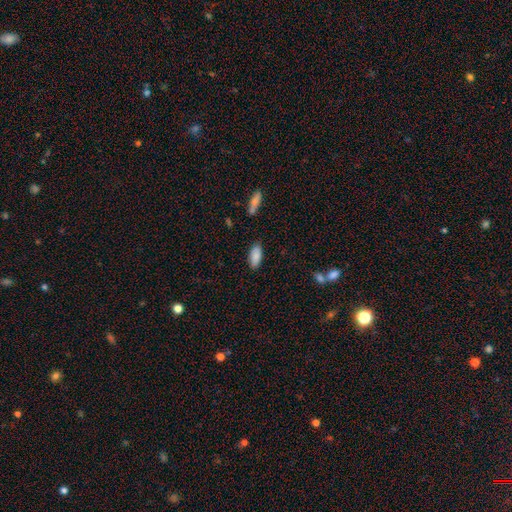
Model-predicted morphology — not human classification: Smooth or featured: smooth — 88% (star or artifact — 7%)
How rounded: in between — 86% (cigar-shaped — 12%)
Merging: none — 85% (minor disturbance — 11%)